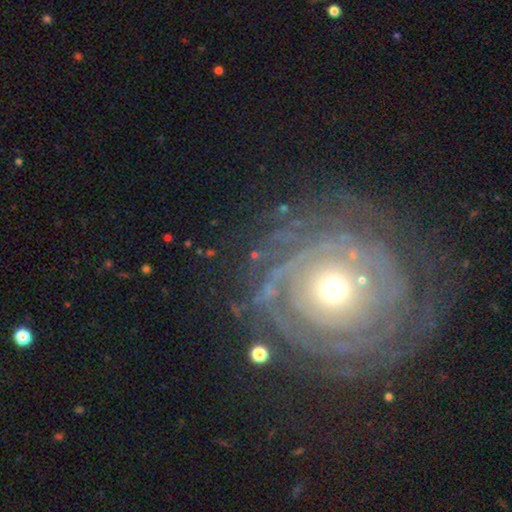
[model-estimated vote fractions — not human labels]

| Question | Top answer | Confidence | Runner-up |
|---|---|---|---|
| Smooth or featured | featured or disk | 74% | smooth (13%) |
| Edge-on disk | no | 95% | yes (5%) |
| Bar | no | 81% | weak (12%) |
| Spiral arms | yes | 82% | no (18%) |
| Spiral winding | tight | 75% | medium (17%) |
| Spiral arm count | can't tell | 35% | more than 4 (22%) |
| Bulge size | moderate | 57% | small (31%) |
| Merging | none | 74% | minor disturbance (13%) |